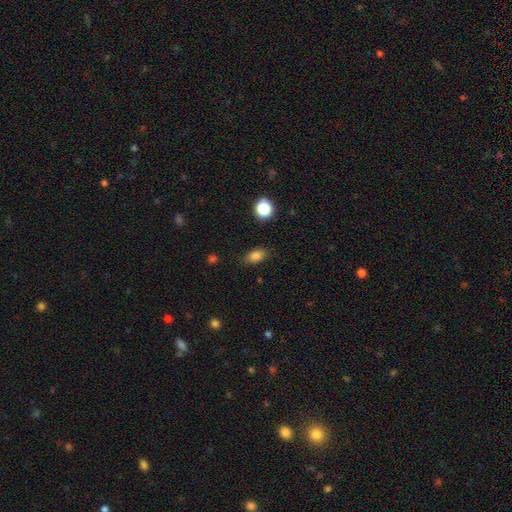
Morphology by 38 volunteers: Q: Smooth or featured?
A: smooth (95%); runner-up: star or artifact (5%)
Q: How rounded?
A: in between (78%); runner-up: round (14%)
Q: Merging?
A: none (89%); runner-up: minor disturbance (6%)